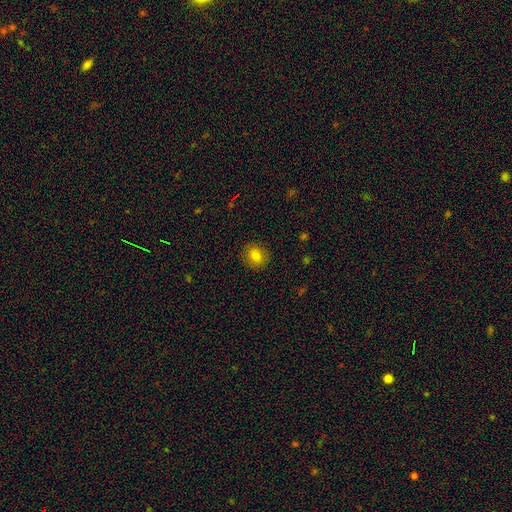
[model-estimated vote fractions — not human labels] This is likely a smooth galaxy (80%). How rounded: likely round (75%). Merging: clearly none (89%).